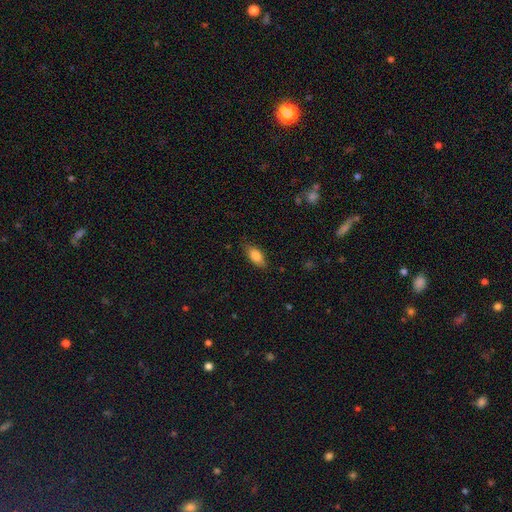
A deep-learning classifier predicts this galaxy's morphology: Overall: smooth (82%). How rounded: in between (84%). Merging: none (82%).